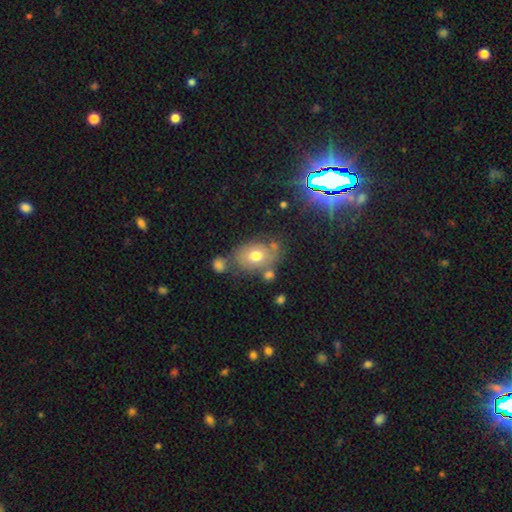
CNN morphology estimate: This is likely a smooth galaxy (64%). How rounded: likely in between (71%). Merging: possibly none (57%).